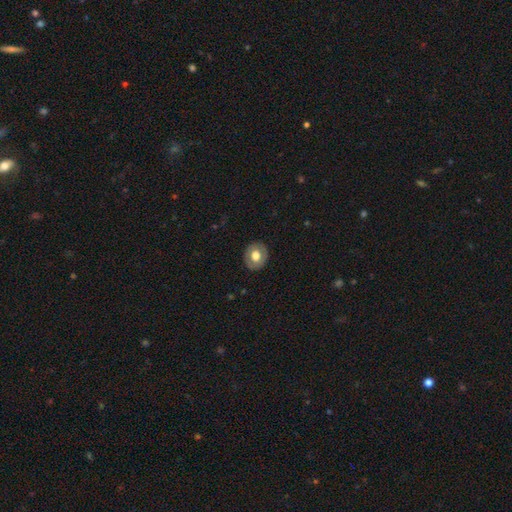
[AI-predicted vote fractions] Morphology: type=smooth (59%); roundness=round (68%); merging=none (87%).